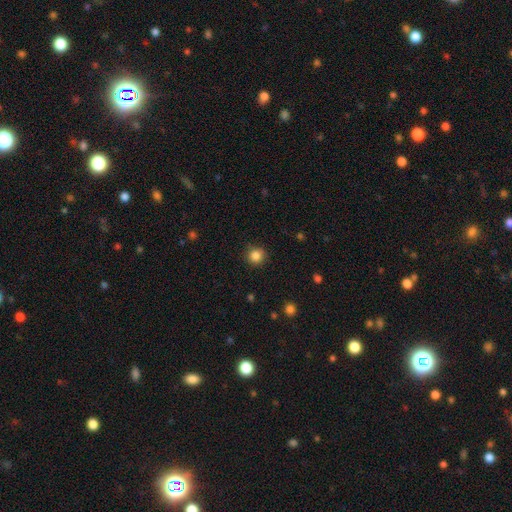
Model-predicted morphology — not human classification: The model was most divided on "smooth or featured": smooth: 85%, star or artifact: 11%, featured or disk: 4%. More confident: how rounded — round (93%); merging — none (88%).